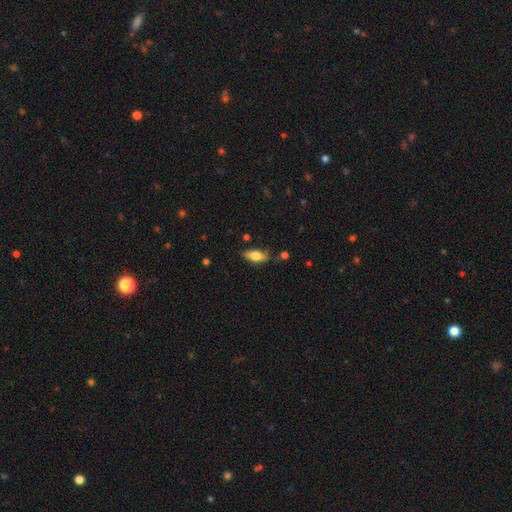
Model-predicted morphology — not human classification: Smooth or featured? Predicted: smooth (p=0.71). How rounded? Predicted: in between (p=0.81). Merging? Predicted: none (p=0.69).